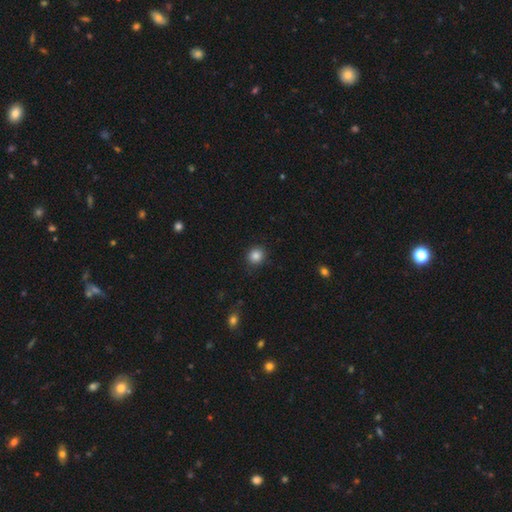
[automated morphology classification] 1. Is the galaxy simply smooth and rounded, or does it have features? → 85% smooth, 11% star or artifact, 4% featured or disk.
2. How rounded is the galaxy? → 86% round, 13% in between, 1% cigar-shaped.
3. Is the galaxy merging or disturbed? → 88% none, 8% minor disturbance, 2% major disturbance, 1% merger.